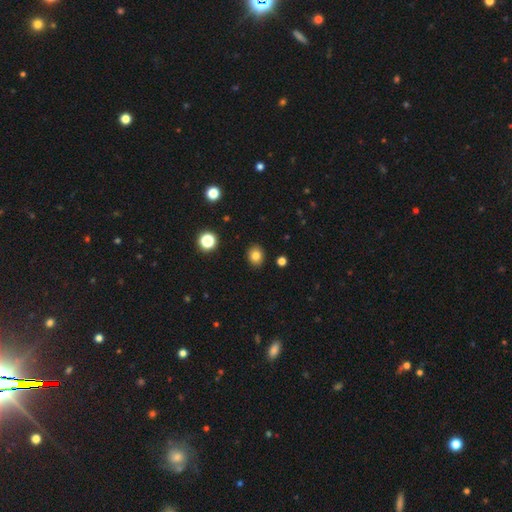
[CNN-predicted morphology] Smooth or featured? Predicted: smooth (p=0.81). How rounded? Predicted: round (p=0.61). Merging? Predicted: none (p=0.90).